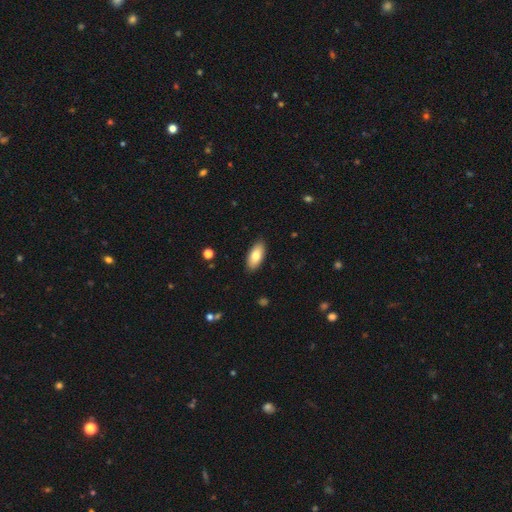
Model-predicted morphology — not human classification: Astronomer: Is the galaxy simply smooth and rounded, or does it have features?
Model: smooth — 79%.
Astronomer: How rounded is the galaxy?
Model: in between — 87%.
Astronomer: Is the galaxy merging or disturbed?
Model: none — 89%.